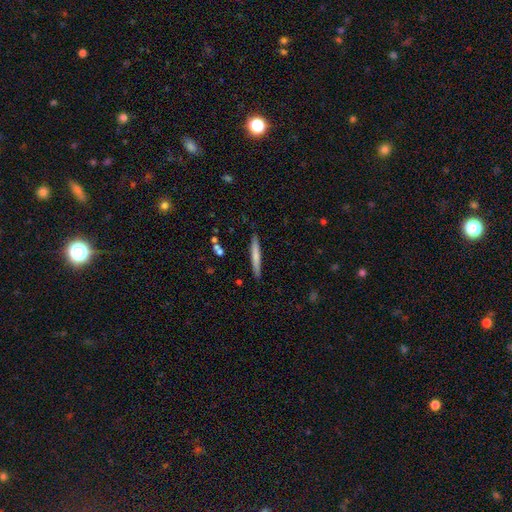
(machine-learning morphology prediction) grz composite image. It shows a smooth galaxy with no disk features (67%) that is cigar-shaped (95%). Merging: none (88%).